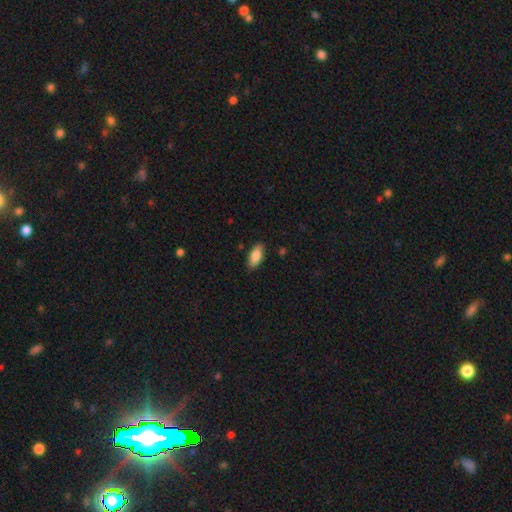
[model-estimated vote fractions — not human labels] Smooth or featured: smooth — 85% (featured or disk — 9%)
How rounded: in between — 87% (cigar-shaped — 11%)
Merging: none — 86% (minor disturbance — 11%)